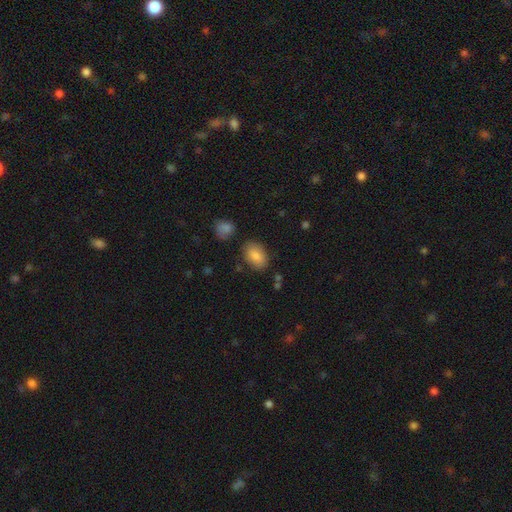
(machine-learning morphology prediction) Q: Smooth or featured?
A: smooth (85%); runner-up: featured or disk (8%)
Q: How rounded?
A: in between (85%); runner-up: round (14%)
Q: Merging?
A: none (80%); runner-up: minor disturbance (13%)